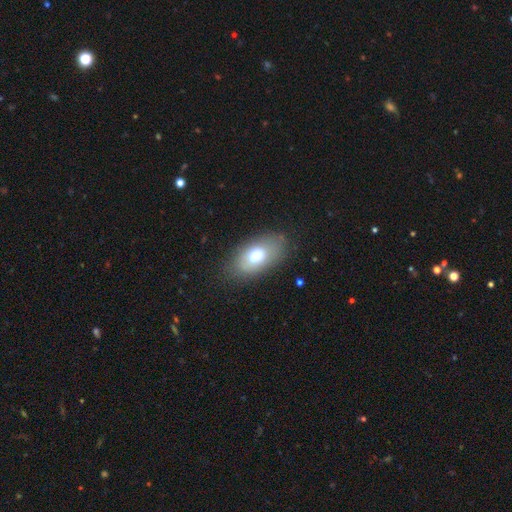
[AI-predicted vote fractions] Morphology: type=smooth (69%); roundness=in between (90%); merging=none (79%).